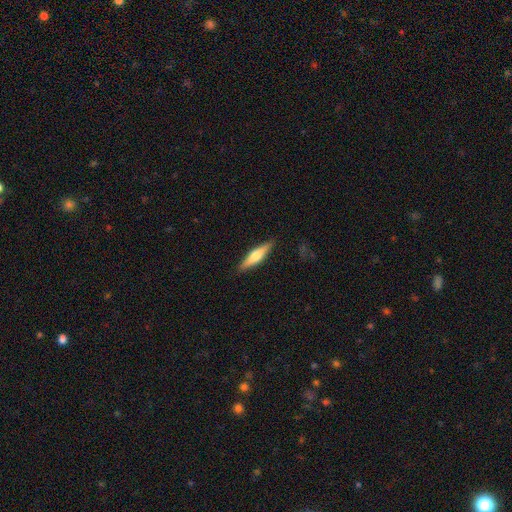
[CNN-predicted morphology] Smooth or featured: smooth — 49% (featured or disk — 45%)
Merging: none — 89% (minor disturbance — 8%)